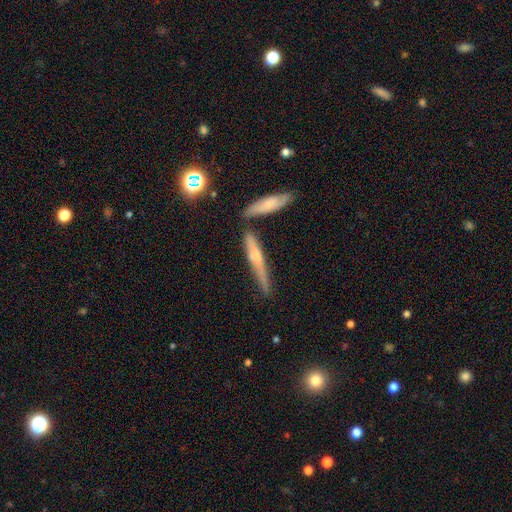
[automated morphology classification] featured or disk 51%, smooth 42%, star or artifact 7%. Down the decision tree: edge-on disk — yes (91%); merging — none (61%).